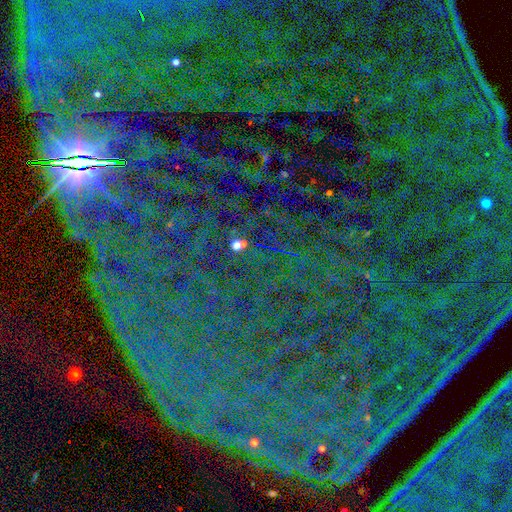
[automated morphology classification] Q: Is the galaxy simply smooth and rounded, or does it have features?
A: star or artifact — 86%.